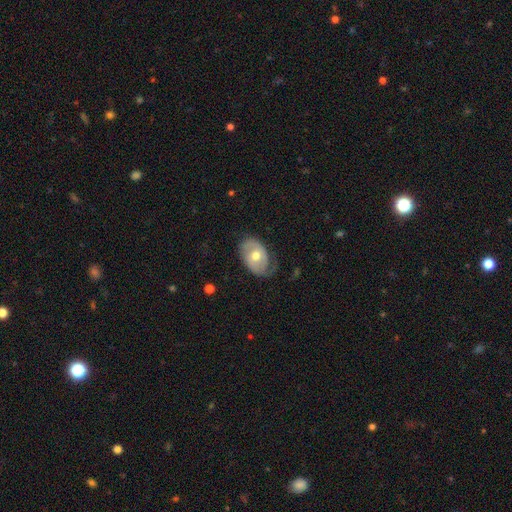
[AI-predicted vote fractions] smooth_or_featured: featured or disk (p=0.59) [alt: smooth p=0.35]
disk_edge_on: no (p=0.94) [alt: yes p=0.06]
bar: no (p=0.72) [alt: weak p=0.22]
has_spiral_arms: yes (p=0.69) [alt: no p=0.31]
bulge_size: moderate (p=0.77) [alt: small p=0.14]
merging: none (p=0.62) [alt: minor disturbance p=0.26]